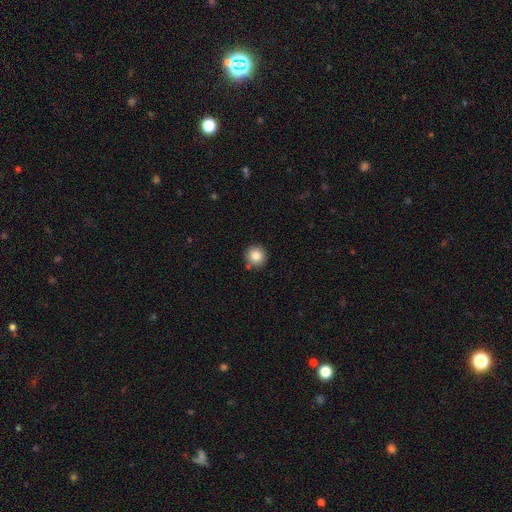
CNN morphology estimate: Smooth or featured?
  - smooth: 84% *
  - star or artifact: 10%
  - featured or disk: 6%
How rounded?
  - round: 95% *
  - in between: 4%
  - cigar-shaped: 1%
Merging?
  - none: 85% *
  - minor disturbance: 8%
  - merger: 4%
  - major disturbance: 2%